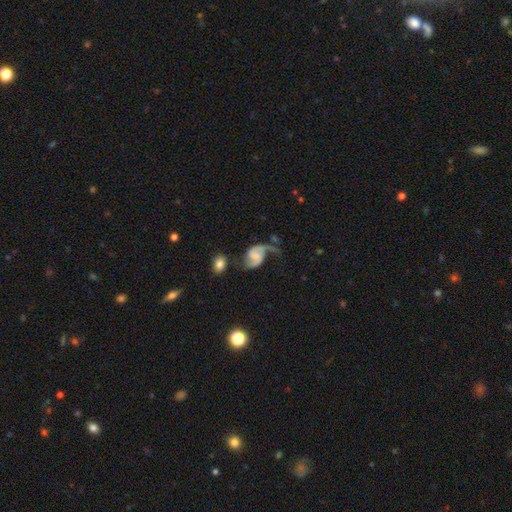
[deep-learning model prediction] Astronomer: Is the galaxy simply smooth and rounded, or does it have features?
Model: featured or disk — 84%.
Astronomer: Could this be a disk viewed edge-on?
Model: no — 98%.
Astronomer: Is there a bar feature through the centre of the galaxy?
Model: no — 47% (runner-up: weak, 41%).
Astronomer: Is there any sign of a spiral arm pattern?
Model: yes — 96%.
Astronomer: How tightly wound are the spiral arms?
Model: loose — 58% (runner-up: medium, 34%).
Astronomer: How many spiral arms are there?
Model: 2 — 88%.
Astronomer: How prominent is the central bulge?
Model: small — 40% (runner-up: none, 33%).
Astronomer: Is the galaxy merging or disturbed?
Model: none — 47% (runner-up: major disturbance, 23%).